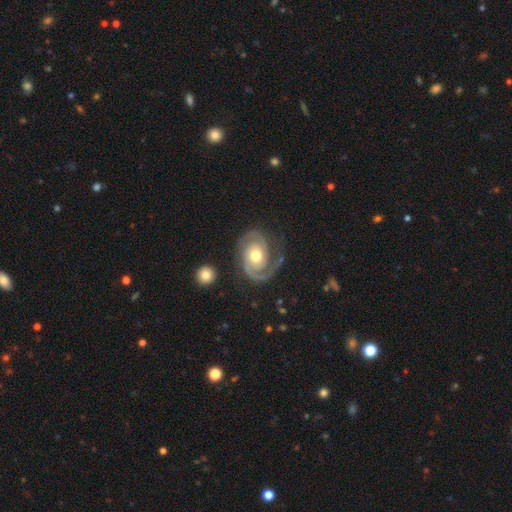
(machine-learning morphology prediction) smooth_or_featured: featured or disk (p=0.90) [alt: smooth p=0.06]
disk_edge_on: no (p=0.98) [alt: yes p=0.02]
bar: no (p=0.72) [alt: weak p=0.22]
has_spiral_arms: yes (p=0.97) [alt: no p=0.03]
spiral_winding: tight (p=0.55) [alt: medium p=0.36]
spiral_arm_count: 2 (p=0.77) [alt: 1 p=0.15]
bulge_size: moderate (p=0.75) [alt: small p=0.15]
merging: none (p=0.71) [alt: minor disturbance p=0.16]